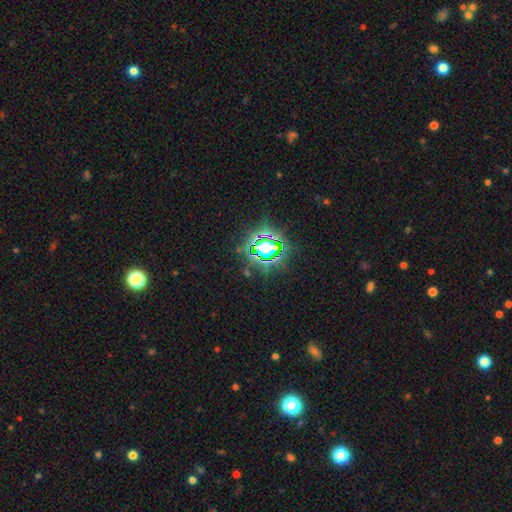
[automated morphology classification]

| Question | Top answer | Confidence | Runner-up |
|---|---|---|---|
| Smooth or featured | star or artifact | 80% | smooth (12%) |